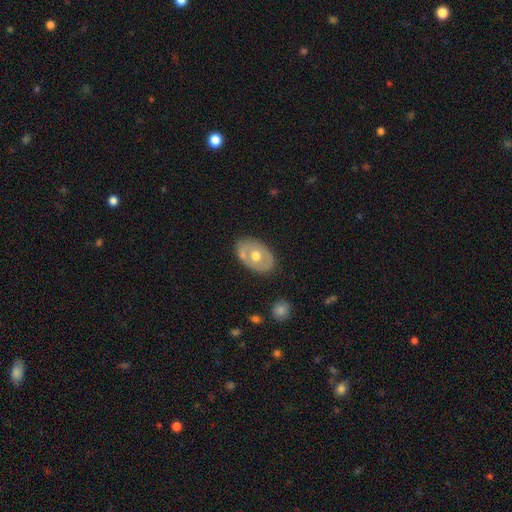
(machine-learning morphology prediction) Q: Smooth or featured?
A: featured or disk (49%); runner-up: smooth (45%)
Q: Merging?
A: none (78%); runner-up: minor disturbance (14%)